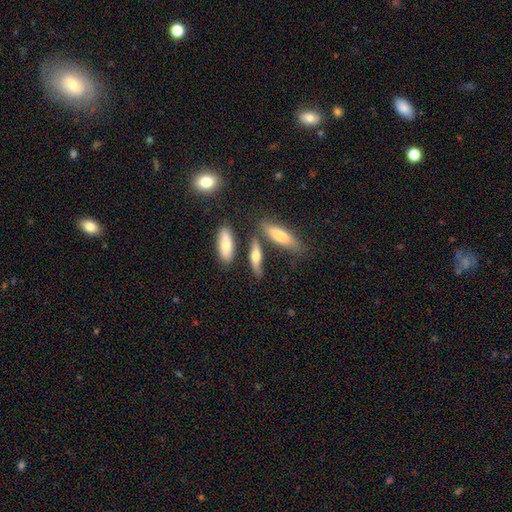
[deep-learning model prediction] smooth_or_featured: smooth (p=0.59) [alt: featured or disk p=0.33]
how_rounded: cigar-shaped (p=0.51) [alt: in between p=0.45]
merging: none (p=0.67) [alt: minor disturbance p=0.15]